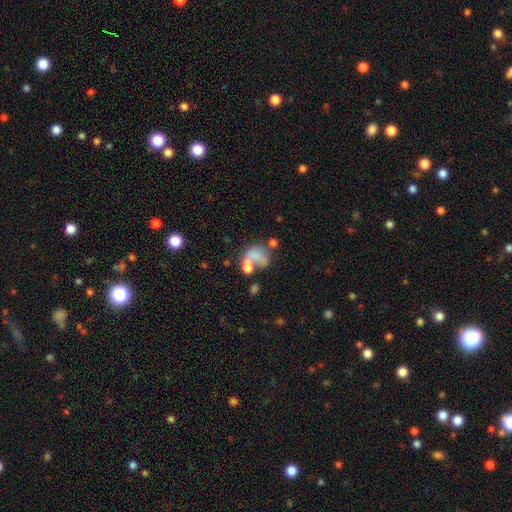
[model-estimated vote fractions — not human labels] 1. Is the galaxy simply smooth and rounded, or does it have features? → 53% smooth, 35% featured or disk, 12% star or artifact.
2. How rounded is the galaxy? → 62% in between, 36% round, 2% cigar-shaped.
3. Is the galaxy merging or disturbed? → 45% merger, 23% major disturbance, 20% none, 12% minor disturbance.